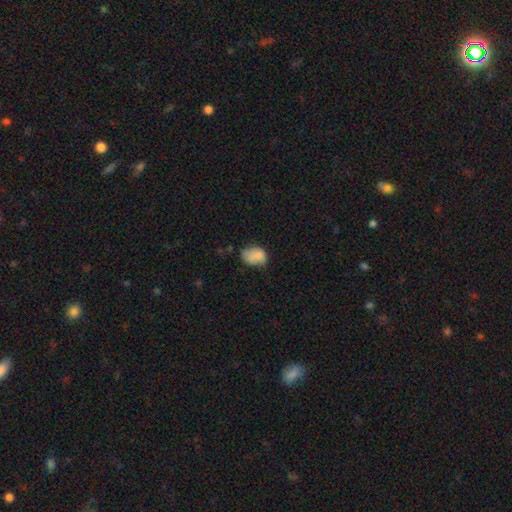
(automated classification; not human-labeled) Morphology: type=smooth (78%); roundness=in between (70%); merging=none (45%).